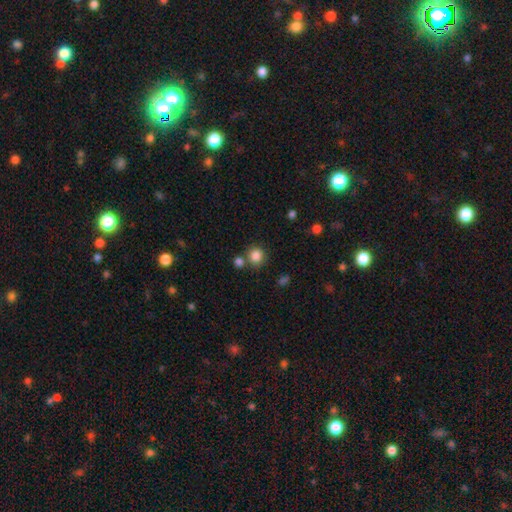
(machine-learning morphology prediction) Smooth or featured?
  - smooth: 84% *
  - star or artifact: 11%
  - featured or disk: 5%
How rounded?
  - round: 87% *
  - in between: 12%
  - cigar-shaped: 1%
Merging?
  - none: 72% *
  - merger: 16%
  - minor disturbance: 9%
  - major disturbance: 4%